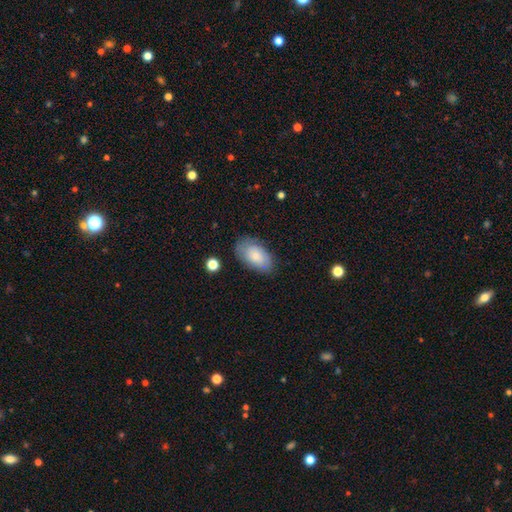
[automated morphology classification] smooth 77%, featured or disk 16%, star or artifact 7%. Down the decision tree: how rounded — in between (94%); merging — none (77%).